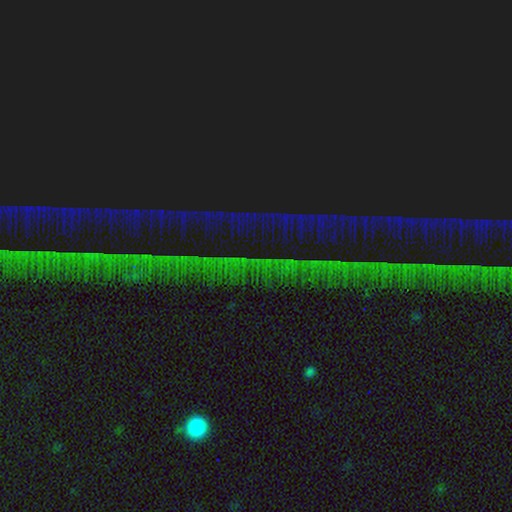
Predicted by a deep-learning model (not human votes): Smooth or featured?
  - star or artifact: 82% *
  - featured or disk: 10%
  - smooth: 8%